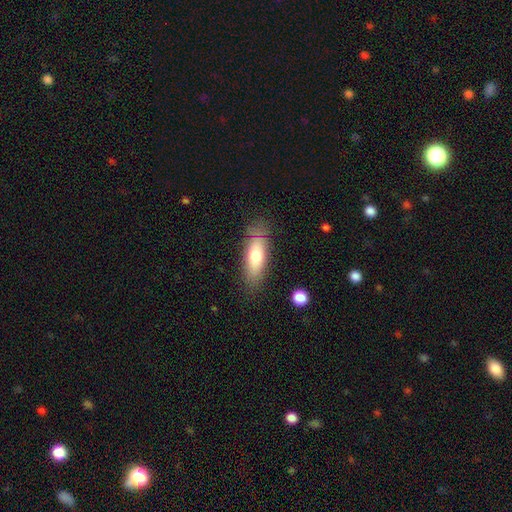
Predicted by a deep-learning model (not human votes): The model was most divided on "how rounded": in between: 66%, cigar-shaped: 31%, round: 3%. More confident: merging — none (76%); smooth or featured — smooth (72%).